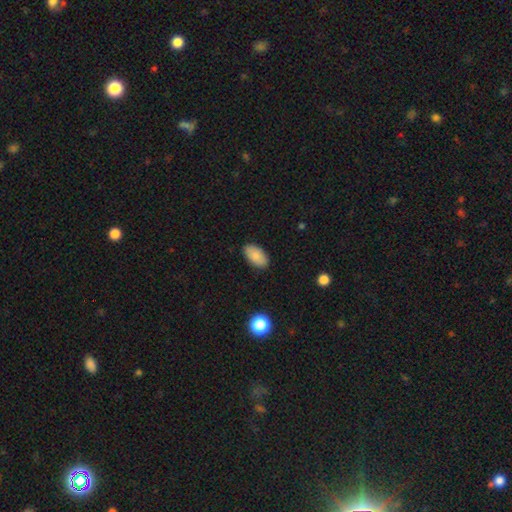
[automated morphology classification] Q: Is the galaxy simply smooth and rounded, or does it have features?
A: smooth — 84%.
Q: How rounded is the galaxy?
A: in between — 94%.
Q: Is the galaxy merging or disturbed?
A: none — 87%.